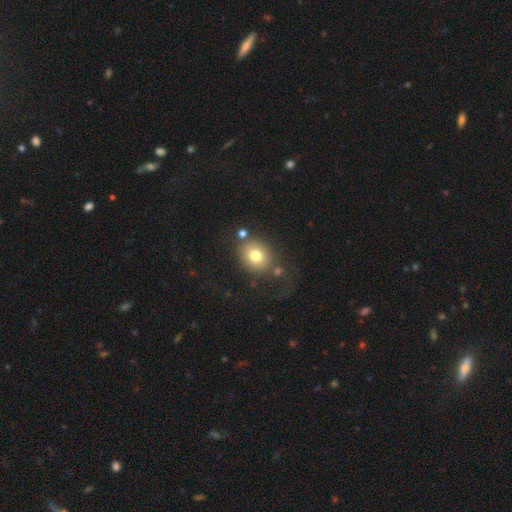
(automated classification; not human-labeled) Smooth or featured? Predicted: smooth (p=0.77). How rounded? Predicted: round (p=0.60). Merging? Predicted: none (p=0.66).